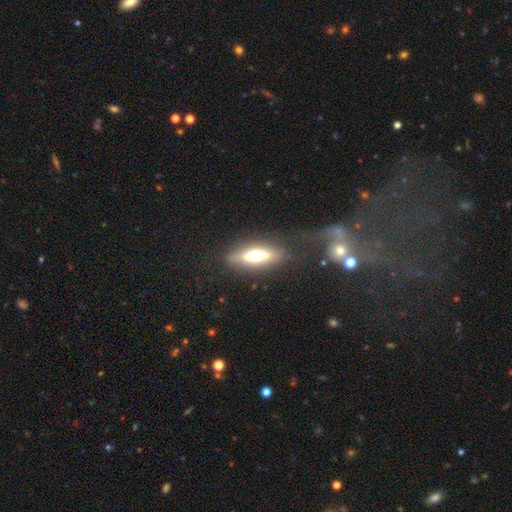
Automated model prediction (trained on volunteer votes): Smooth or featured? featured or disk (48%)
Merging? none (76%)